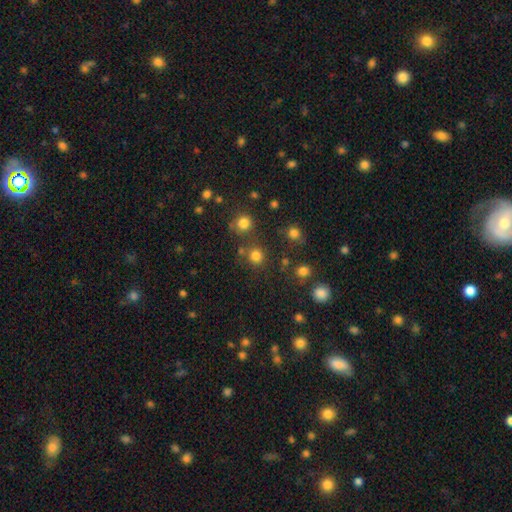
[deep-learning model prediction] smooth-or-featured: smooth: 79% | star or artifact: 17% | featured or disk: 5%
  how-rounded: round: 92% | in between: 7% | cigar-shaped: 1%
  merging: none: 76% | merger: 12% | minor disturbance: 8% | major disturbance: 4%